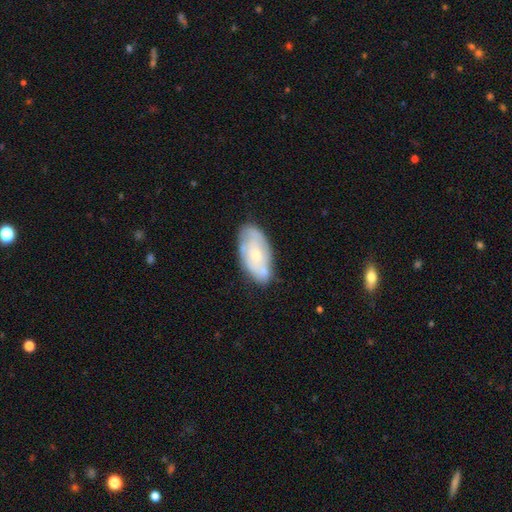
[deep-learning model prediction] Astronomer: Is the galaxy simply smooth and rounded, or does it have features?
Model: featured or disk — 52% (runner-up: smooth, 41%).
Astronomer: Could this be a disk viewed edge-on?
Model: no — 92%.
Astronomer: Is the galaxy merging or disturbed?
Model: none — 69%.